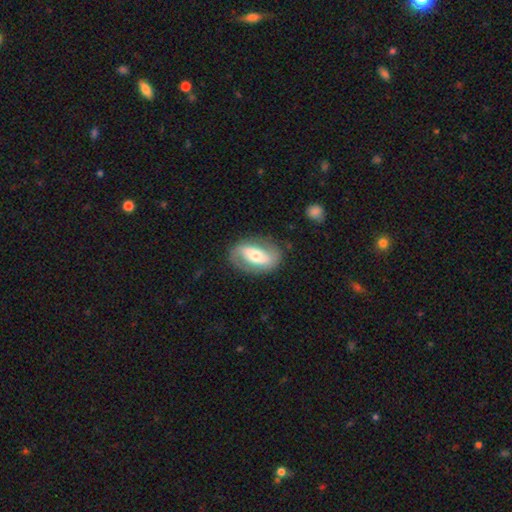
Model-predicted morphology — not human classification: This appears to be a featured or disk galaxy (62%) with no bar (38%), spiral arms (68%) and a moderate central bulge (64%). Merging: none (77%).